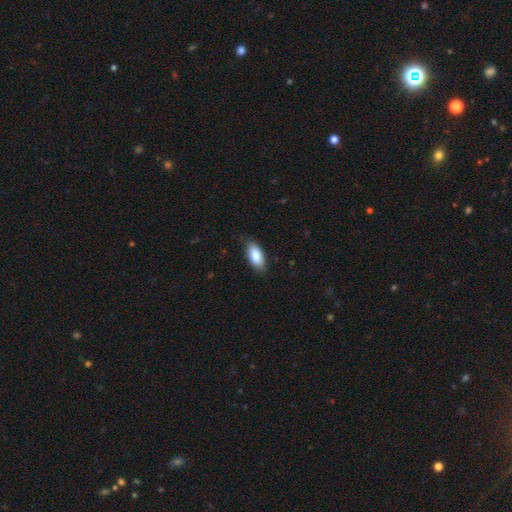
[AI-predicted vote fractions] Q: Smooth or featured?
A: smooth (86%); runner-up: featured or disk (8%)
Q: How rounded?
A: in between (88%); runner-up: cigar-shaped (10%)
Q: Merging?
A: none (82%); runner-up: minor disturbance (14%)